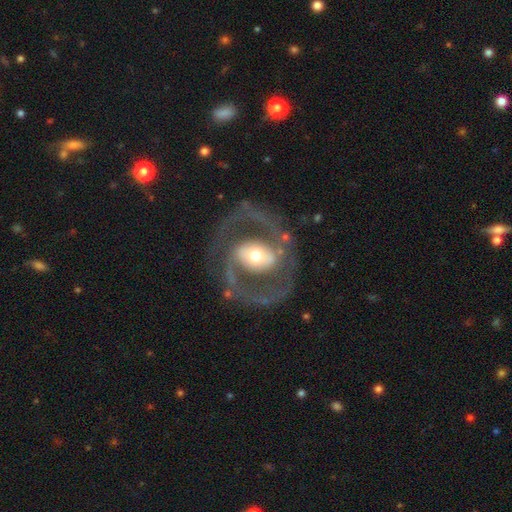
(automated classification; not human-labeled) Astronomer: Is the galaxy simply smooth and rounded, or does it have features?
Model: featured or disk — 83%.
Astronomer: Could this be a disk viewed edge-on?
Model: no — 96%.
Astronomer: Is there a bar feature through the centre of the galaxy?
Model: no — 37% (runner-up: strong, 33%).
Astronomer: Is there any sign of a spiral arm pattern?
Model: yes — 80%.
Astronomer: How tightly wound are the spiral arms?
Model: medium — 54%.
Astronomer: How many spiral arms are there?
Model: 2 — 89%.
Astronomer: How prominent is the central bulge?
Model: moderate — 58%.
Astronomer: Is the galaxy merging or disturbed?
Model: none — 72%.